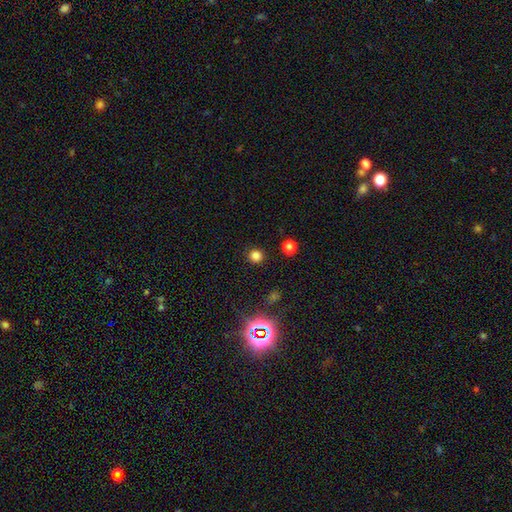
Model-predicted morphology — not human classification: type=smooth (79%); roundness=round (93%); merging=none (91%).